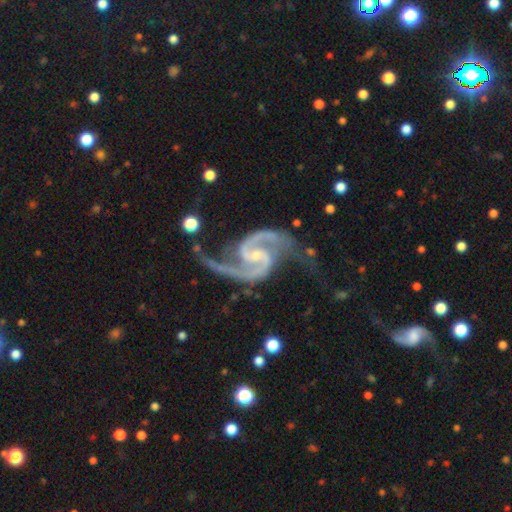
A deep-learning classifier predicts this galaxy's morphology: This is clearly a featured or disk galaxy (95%). It is clearly not viewed edge-on (98%). Bar: marginally weak (42%). Spiral arm pattern: clearly yes (99%). Spiral arm count: clearly 2 (94%). Spiral winding: possibly medium (59%). Central bulge: likely small (69%). Merging: possibly none (57%).